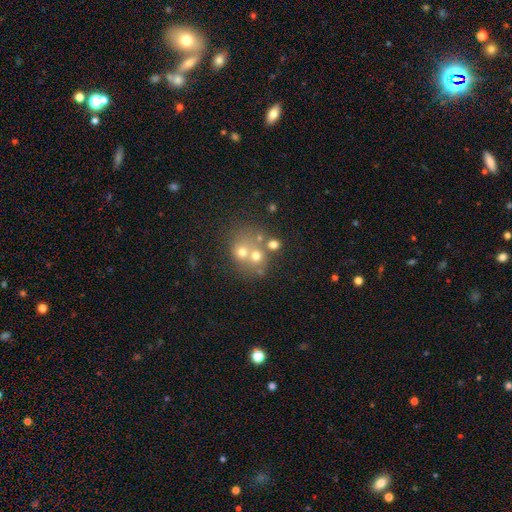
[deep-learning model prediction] The model was most divided on "merging": merger: 50%, none: 38%, minor disturbance: 8%, major disturbance: 5%. More confident: how rounded — round (76%); smooth or featured — smooth (58%).